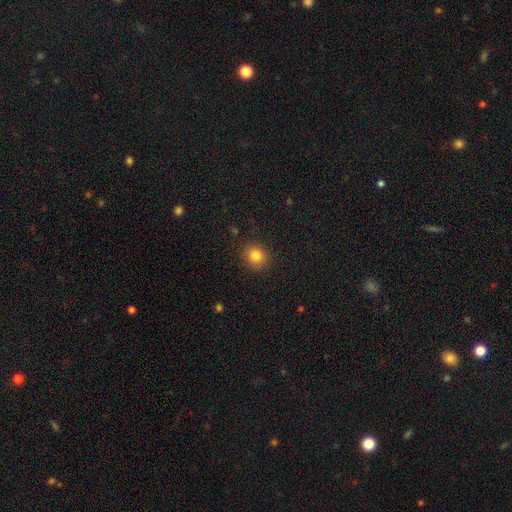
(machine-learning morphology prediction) A smooth galaxy with no disk features (83%) that is round (84%). Merging: none (88%).